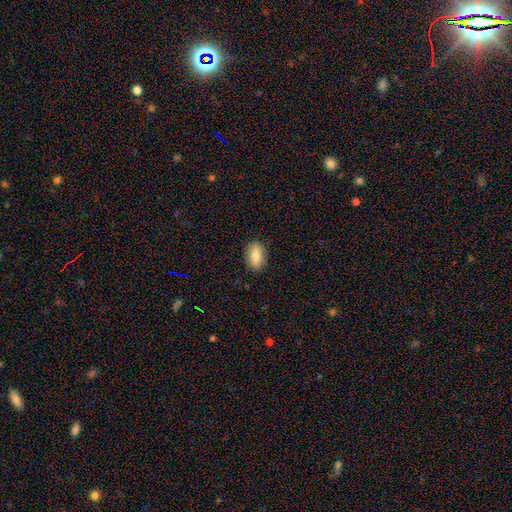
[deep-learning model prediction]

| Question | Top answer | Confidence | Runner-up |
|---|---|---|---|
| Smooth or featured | smooth | 77% | featured or disk (16%) |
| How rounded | in between | 86% | round (8%) |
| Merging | none | 87% | minor disturbance (10%) |